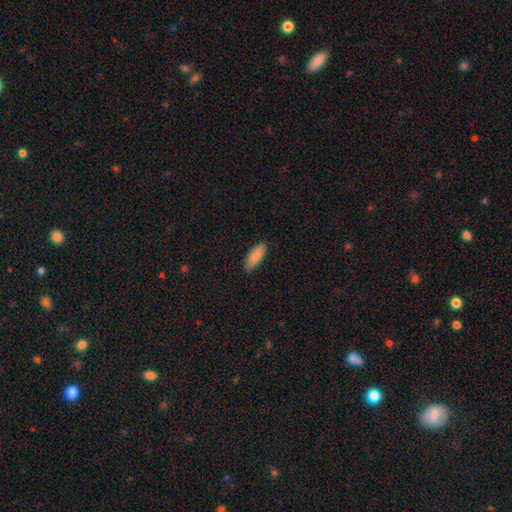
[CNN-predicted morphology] smooth-or-featured: smooth: 89% | star or artifact: 6% | featured or disk: 6%
  how-rounded: in between: 75% | cigar-shaped: 23% | round: 2%
  merging: none: 86% | minor disturbance: 11% | major disturbance: 2% | merger: 1%